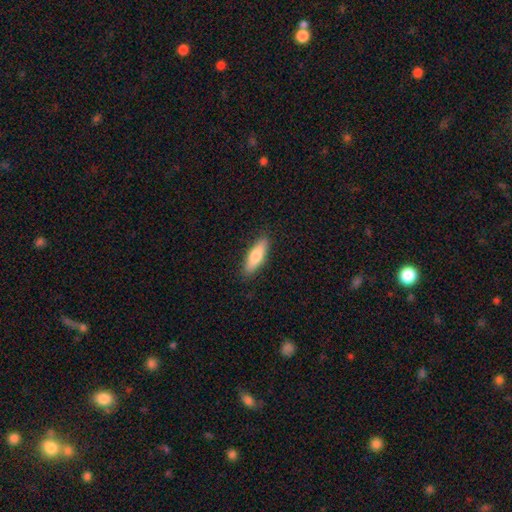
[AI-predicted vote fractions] smooth_or_featured: smooth (p=0.70) [alt: featured or disk p=0.24]
how_rounded: cigar-shaped (p=0.56) [alt: in between p=0.42]
merging: none (p=0.88) [alt: minor disturbance p=0.09]